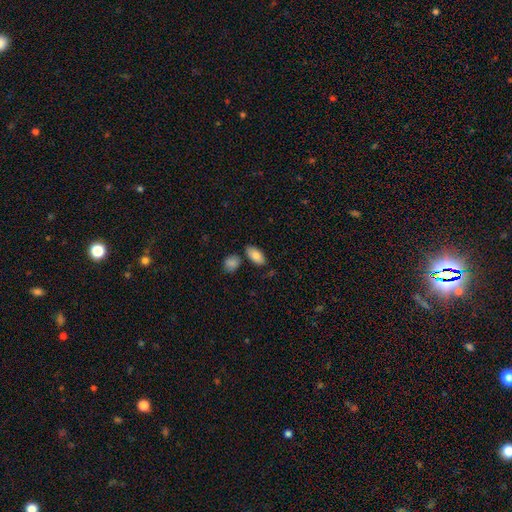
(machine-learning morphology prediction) type=smooth (85%); roundness=in between (93%); merging=none (74%).